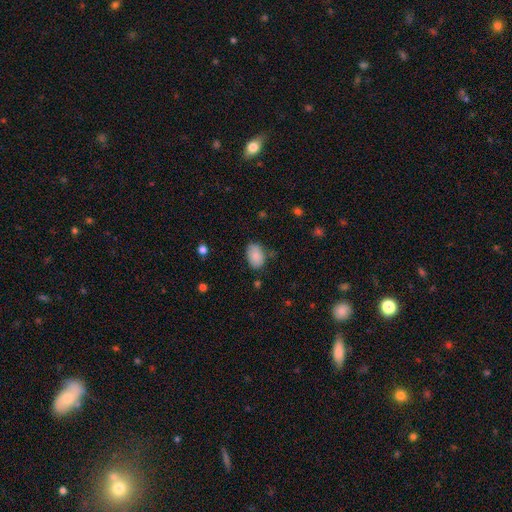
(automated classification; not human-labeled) Smooth or featured? smooth (87%)
How rounded? in between (88%)
Merging? none (74%)